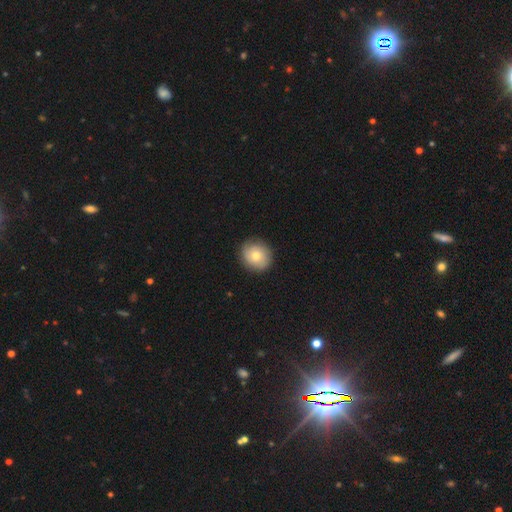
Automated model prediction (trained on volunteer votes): Smooth or featured? smooth (68%)
How rounded? round (85%)
Merging? none (86%)